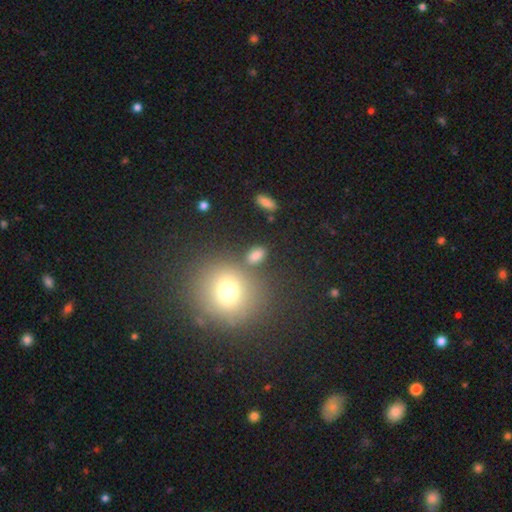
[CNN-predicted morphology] smooth 77%, star or artifact 15%, featured or disk 8%. Down the decision tree: how rounded — in between (77%); merging — none (72%).